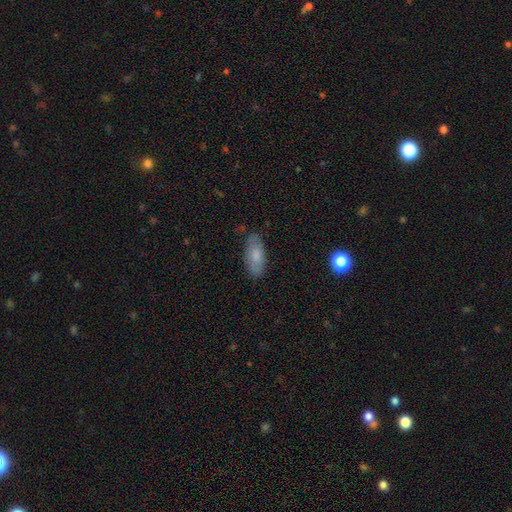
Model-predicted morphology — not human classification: smooth 76%, featured or disk 17%, star or artifact 7%. Down the decision tree: how rounded — in between (85%); merging — none (78%).